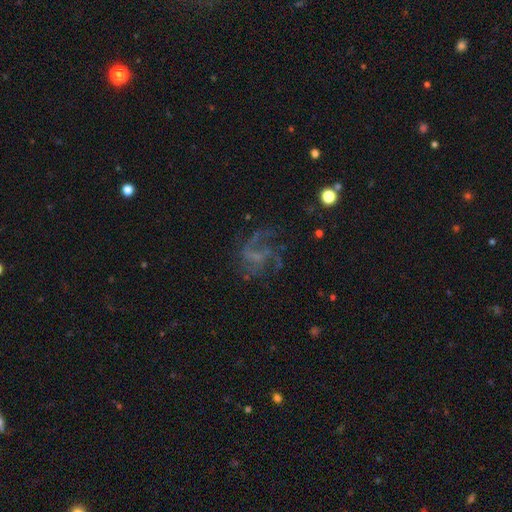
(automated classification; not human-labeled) Smooth or featured? featured or disk (69%)
Edge-on disk? no (98%)
Bar? no (53%)
Spiral arms? yes (79%)
Spiral winding? loose (54%)
Spiral arm count? can't tell (24%, tied with 2)
Bulge size? none (61%)
Merging? none (49%)